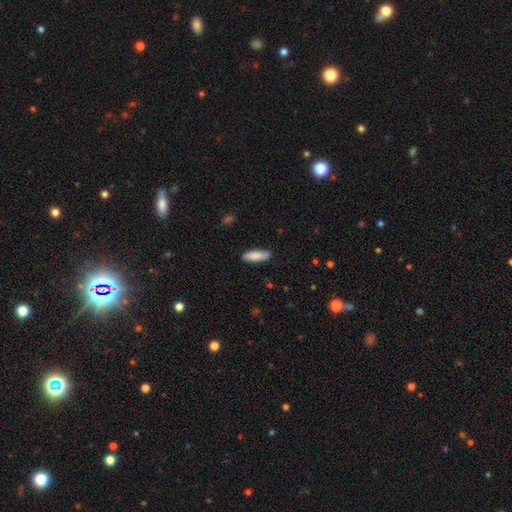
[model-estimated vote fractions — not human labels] Smooth or featured? Predicted: smooth (p=0.84). How rounded? Predicted: in between (p=0.52). Merging? Predicted: none (p=0.84).